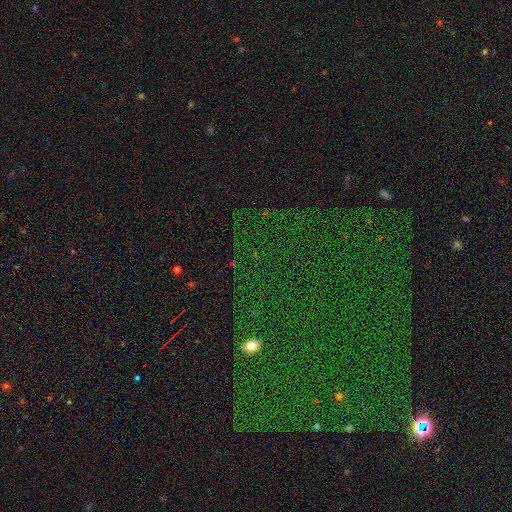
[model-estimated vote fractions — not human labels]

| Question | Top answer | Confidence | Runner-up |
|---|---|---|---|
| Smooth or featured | star or artifact | 82% | smooth (10%) |